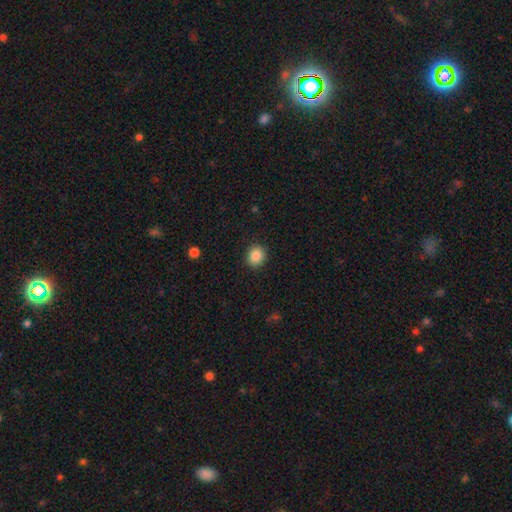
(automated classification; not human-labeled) This appears to be a smooth galaxy with no disk features (87%) that is round (74%). Merging: none (90%).